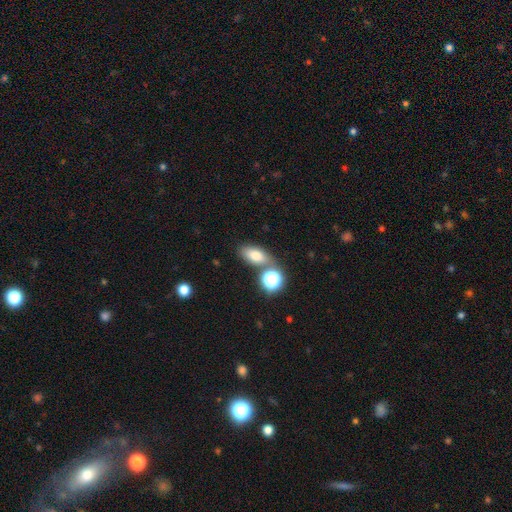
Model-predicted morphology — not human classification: The model was most divided on "merging": none: 67%, merger: 17%, minor disturbance: 12%, major disturbance: 4%. More confident: how rounded — in between (81%); smooth or featured — smooth (75%).